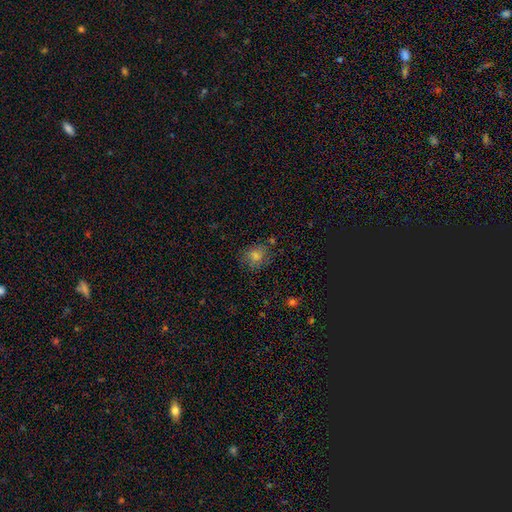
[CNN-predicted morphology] Smooth or featured: smooth — 62% (star or artifact — 24%)
How rounded: round — 67% (in between — 32%)
Merging: none — 74% (minor disturbance — 17%)